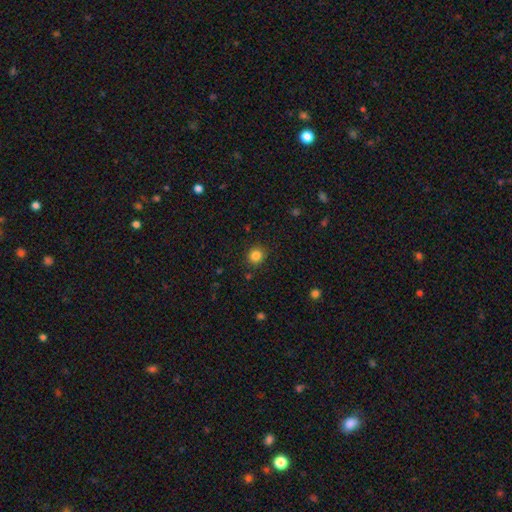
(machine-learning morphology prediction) smooth_or_featured: smooth (p=0.84) [alt: star or artifact p=0.12]
how_rounded: round (p=0.85) [alt: in between p=0.14]
merging: none (p=0.89) [alt: minor disturbance p=0.07]